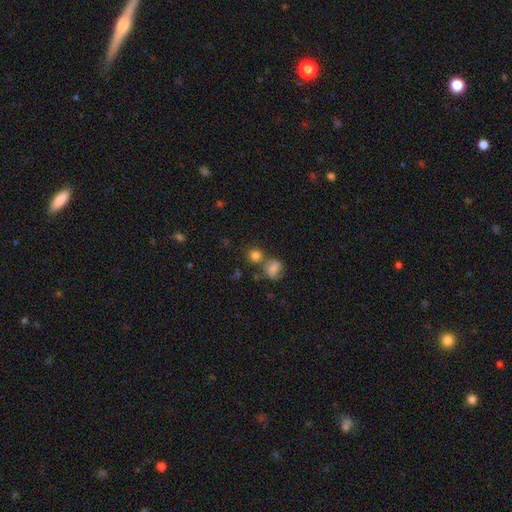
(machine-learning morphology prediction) This appears to be a smooth galaxy with no disk features (79%) that is round (84%). Merging: none (60%).